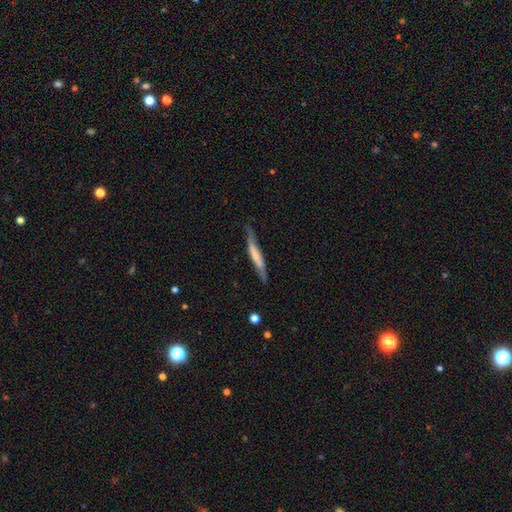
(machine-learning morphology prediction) Smooth or featured?
  - featured or disk: 49% *
  - smooth: 45%
  - star or artifact: 6%
Merging?
  - none: 74% *
  - minor disturbance: 19%
  - major disturbance: 5%
  - merger: 2%